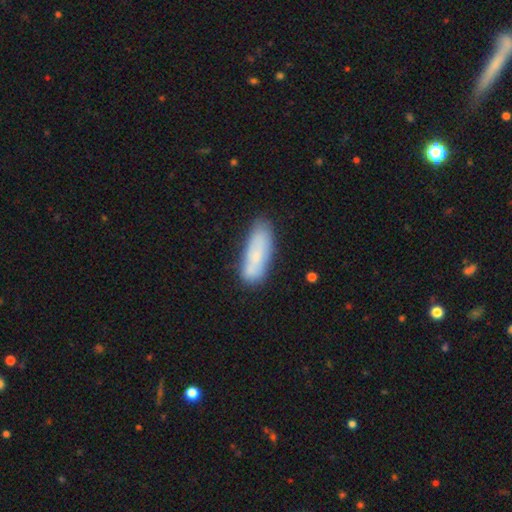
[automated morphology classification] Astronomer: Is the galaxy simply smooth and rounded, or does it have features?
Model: smooth — 70%.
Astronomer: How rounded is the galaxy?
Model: in between — 58% (runner-up: cigar-shaped, 40%).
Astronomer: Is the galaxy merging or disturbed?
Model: none — 67%.